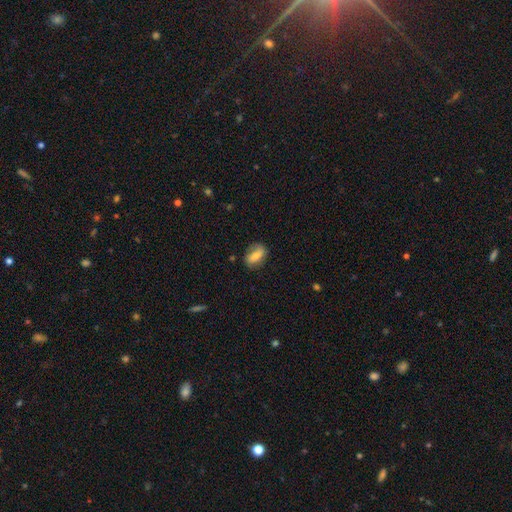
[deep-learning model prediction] smooth 66%, featured or disk 26%, star or artifact 8%. Down the decision tree: how rounded — in between (84%); merging — none (71%).